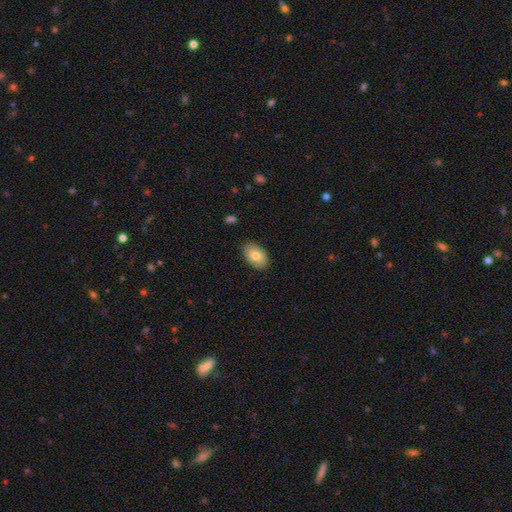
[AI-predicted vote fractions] Smooth or featured? Predicted: smooth (p=0.77). How rounded? Predicted: in between (p=0.90). Merging? Predicted: none (p=0.86).